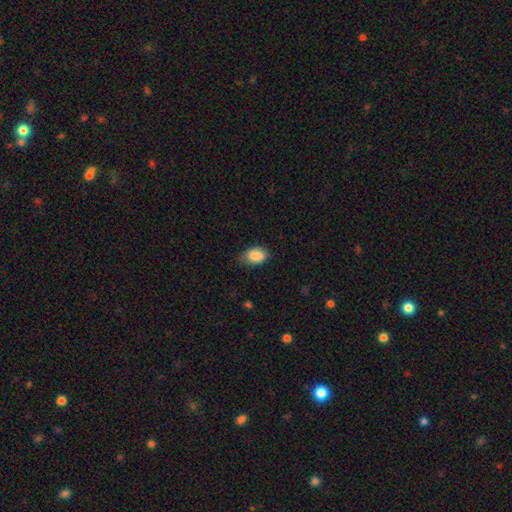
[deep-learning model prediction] This is clearly a smooth galaxy (87%). How rounded: clearly in between (85%). Merging: possibly none (60%).